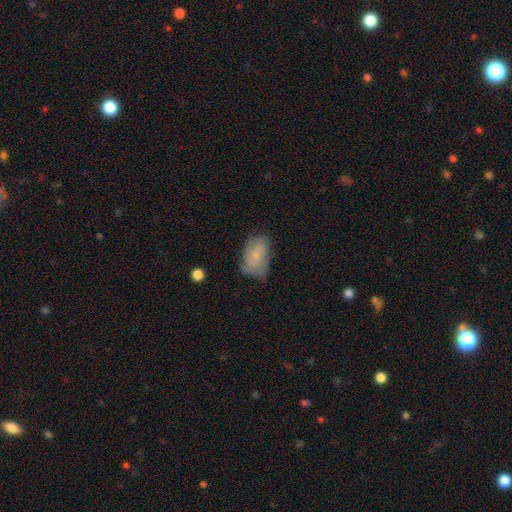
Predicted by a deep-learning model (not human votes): smooth_or_featured: smooth (p=0.62) [alt: featured or disk p=0.30]
how_rounded: in between (p=0.91) [alt: round p=0.07]
merging: none (p=0.55) [alt: minor disturbance p=0.33]